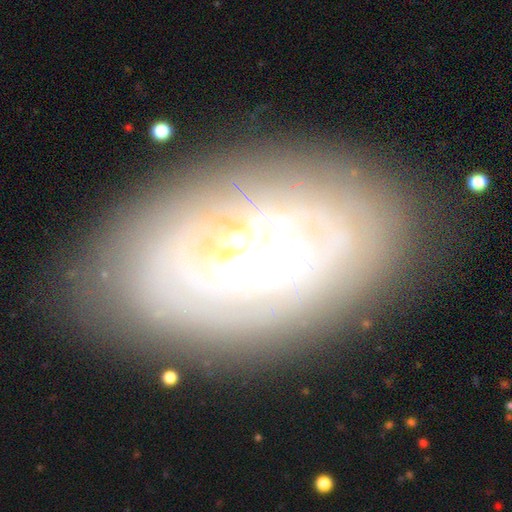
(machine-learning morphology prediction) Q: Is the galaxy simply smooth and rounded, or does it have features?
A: featured or disk — 74%.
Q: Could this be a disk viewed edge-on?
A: no — 92%.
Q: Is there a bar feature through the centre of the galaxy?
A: no — 51%.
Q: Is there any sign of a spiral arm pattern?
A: yes — 69%.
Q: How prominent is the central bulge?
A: moderate — 54%.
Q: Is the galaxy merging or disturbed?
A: none — 79%.